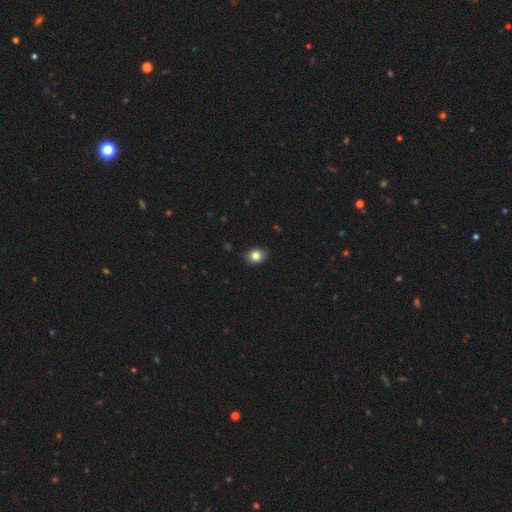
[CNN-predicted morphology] The model was most divided on "how rounded": in between: 52%, round: 47%, cigar-shaped: 1%. More confident: merging — none (87%); smooth or featured — smooth (83%).